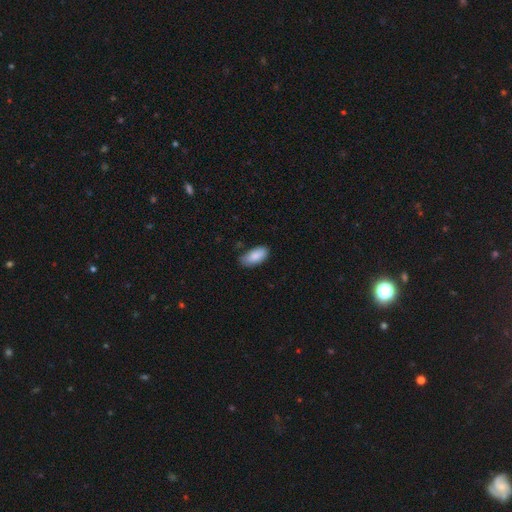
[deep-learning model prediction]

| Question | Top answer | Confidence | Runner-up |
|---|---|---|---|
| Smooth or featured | smooth | 87% | featured or disk (6%) |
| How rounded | in between | 92% | cigar-shaped (6%) |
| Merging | none | 66% | minor disturbance (28%) |